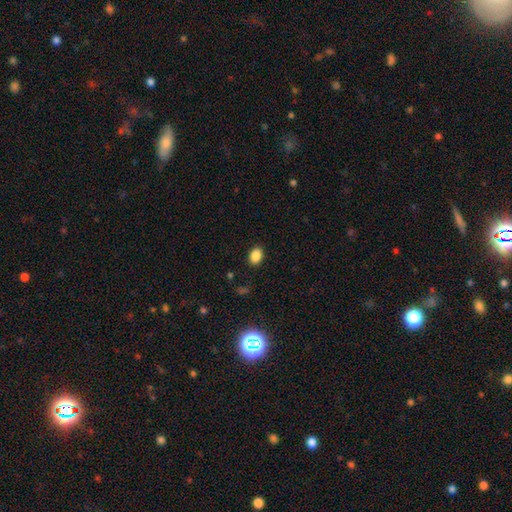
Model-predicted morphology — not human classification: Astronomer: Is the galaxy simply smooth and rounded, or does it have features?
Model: smooth — 86%.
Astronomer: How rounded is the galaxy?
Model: in between — 79%.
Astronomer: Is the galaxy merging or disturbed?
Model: none — 88%.